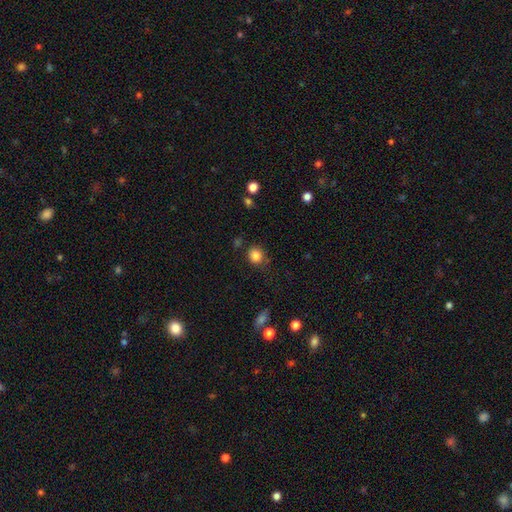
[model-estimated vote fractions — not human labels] Smooth or featured? Predicted: smooth (p=0.84). How rounded? Predicted: round (p=0.84). Merging? Predicted: none (p=0.81).